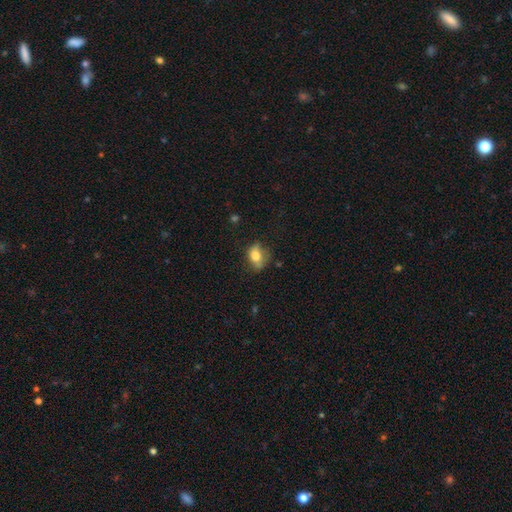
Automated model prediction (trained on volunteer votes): smooth-or-featured: smooth: 74% | featured or disk: 17% | star or artifact: 9%
  how-rounded: in between: 71% | round: 26% | cigar-shaped: 2%
  merging: none: 56% | minor disturbance: 31% | major disturbance: 12% | merger: 2%